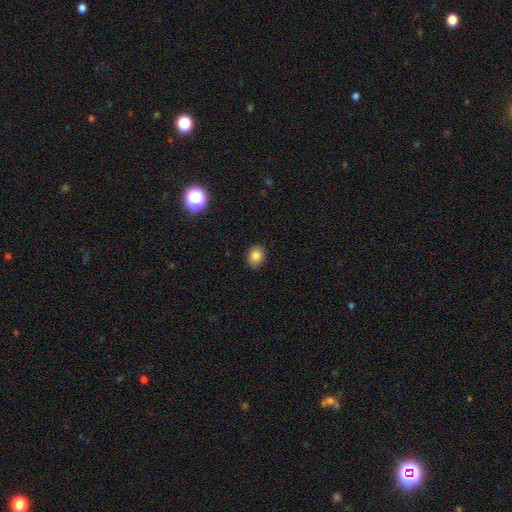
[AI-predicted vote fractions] smooth_or_featured: smooth (p=0.84) [alt: star or artifact p=0.10]
how_rounded: round (p=0.55) [alt: in between p=0.44]
merging: none (p=0.88) [alt: minor disturbance p=0.09]